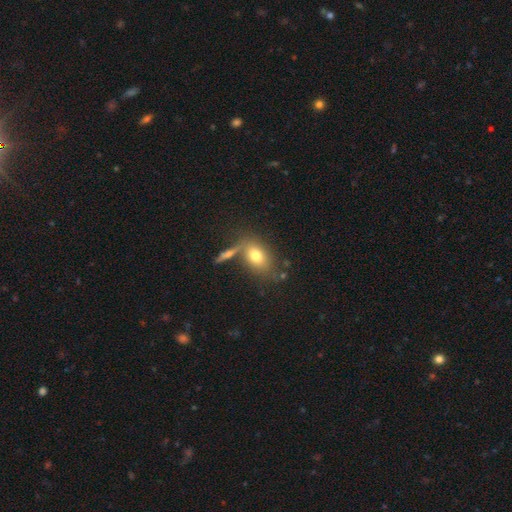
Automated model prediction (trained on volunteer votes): Smooth or featured? Predicted: smooth (p=0.73). How rounded? Predicted: in between (p=0.76). Merging? Predicted: none (p=0.61).